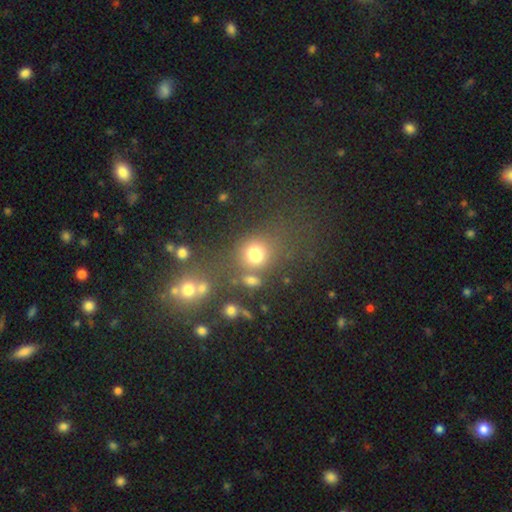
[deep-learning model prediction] This is likely a smooth galaxy (75%). How rounded: likely round (71%). Merging: possibly none (58%).